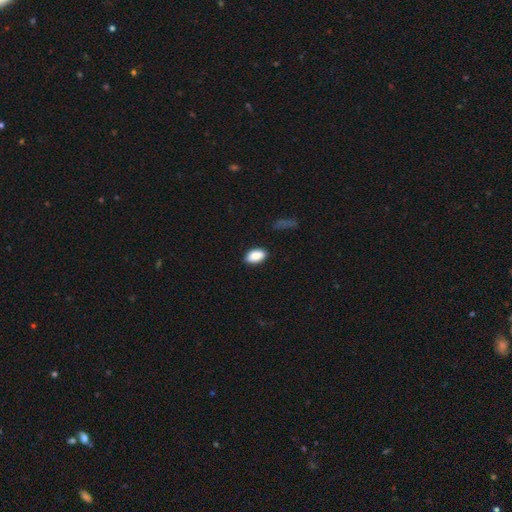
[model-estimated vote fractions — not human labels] This is clearly a smooth galaxy (88%). How rounded: clearly in between (92%). Merging: clearly none (82%).